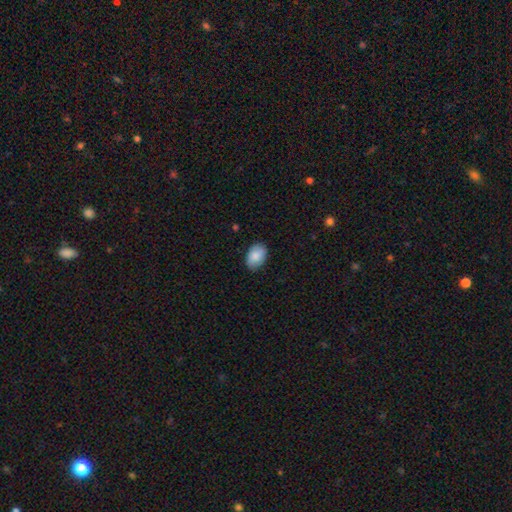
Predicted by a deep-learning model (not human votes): Morphology: type=smooth (87%); roundness=in between (88%); merging=none (83%).